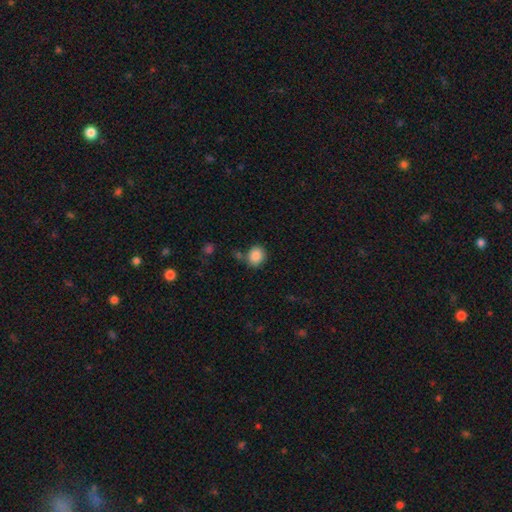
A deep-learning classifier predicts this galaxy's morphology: This appears to be a smooth galaxy with no disk features (87%) that is round (72%). Merging: none (74%).